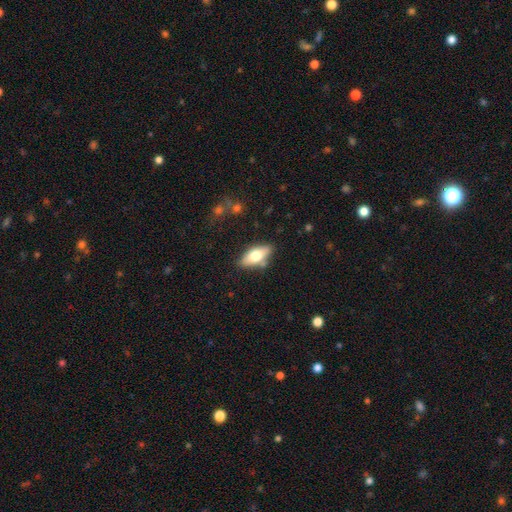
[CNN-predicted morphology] Smooth or featured? smooth (66%)
How rounded? in between (80%)
Merging? none (79%)